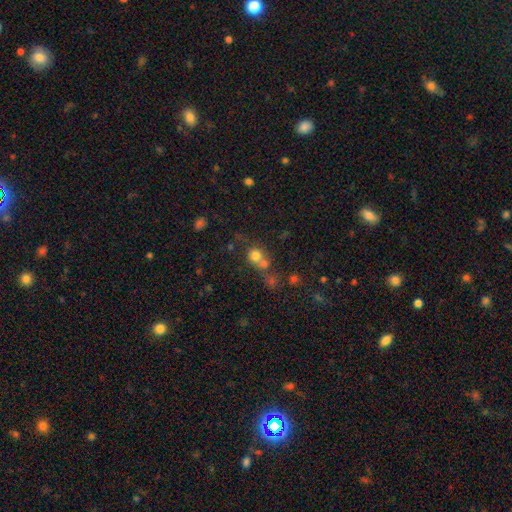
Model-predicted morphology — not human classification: This is likely a smooth galaxy (71%). How rounded: clearly round (85%). Merging: possibly merger (49%).